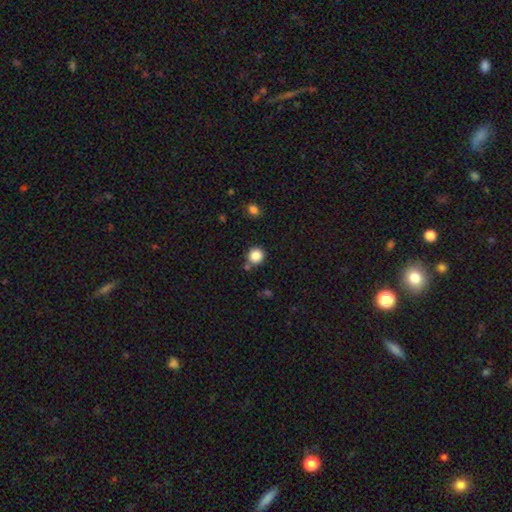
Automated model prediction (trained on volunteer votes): This appears to be a smooth galaxy with no disk features (86%) that is round (93%). Merging: none (78%).